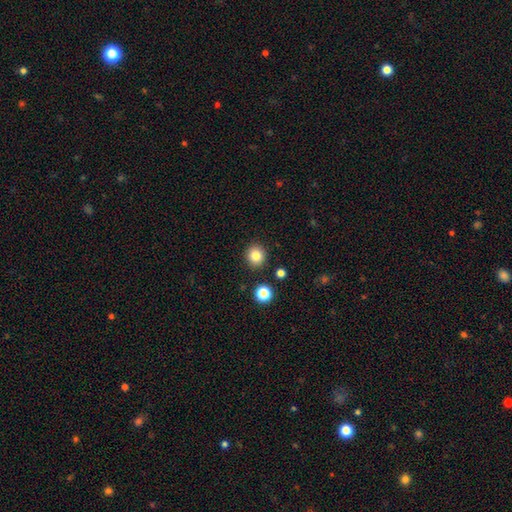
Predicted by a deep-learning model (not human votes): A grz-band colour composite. It shows a smooth galaxy with no disk features (82%) that is round (89%). Merging: none (90%).